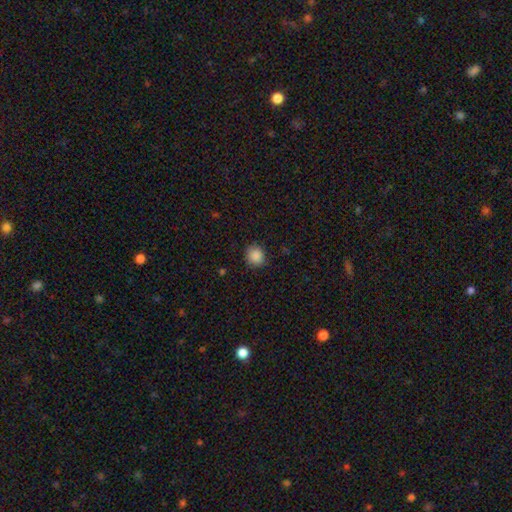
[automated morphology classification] This is clearly a smooth galaxy (88%). How rounded: clearly round (87%). Merging: clearly none (85%).